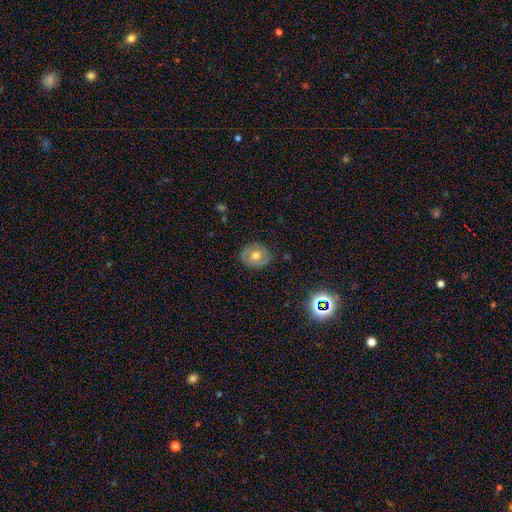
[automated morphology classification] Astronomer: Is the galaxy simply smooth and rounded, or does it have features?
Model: smooth — 49% (runner-up: featured or disk, 41%).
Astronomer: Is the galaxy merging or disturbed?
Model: none — 81%.